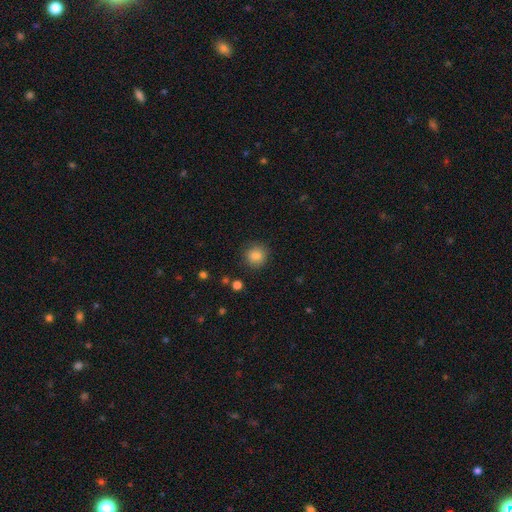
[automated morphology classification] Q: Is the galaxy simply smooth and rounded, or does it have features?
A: smooth — 85%.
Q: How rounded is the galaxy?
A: round — 90%.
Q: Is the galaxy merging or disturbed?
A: none — 87%.